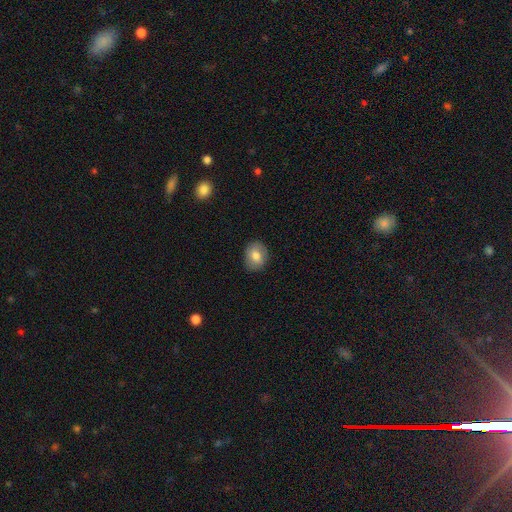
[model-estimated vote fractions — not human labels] A smooth galaxy with no disk features (78%) that is round (50%).

Vote fractions:
- Smooth or featured? smooth: 78% / featured or disk: 14% / star or artifact: 8%
- How rounded? round: 50% / in between: 49% / cigar-shaped: 1%
- Merging? none: 86% / minor disturbance: 11% / major disturbance: 2% / merger: 1%